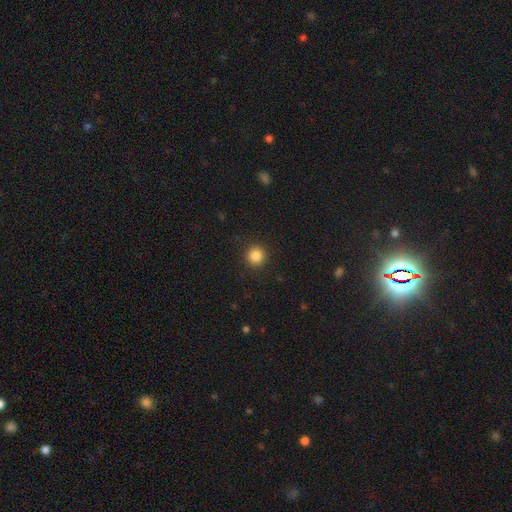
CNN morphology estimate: A smooth galaxy with no disk features (85%) that is round (94%).

Vote fractions:
- Smooth or featured? smooth: 85% / star or artifact: 11% / featured or disk: 4%
- How rounded? round: 94% / in between: 5% / cigar-shaped: 1%
- Merging? none: 92% / minor disturbance: 5% / major disturbance: 2% / merger: 1%